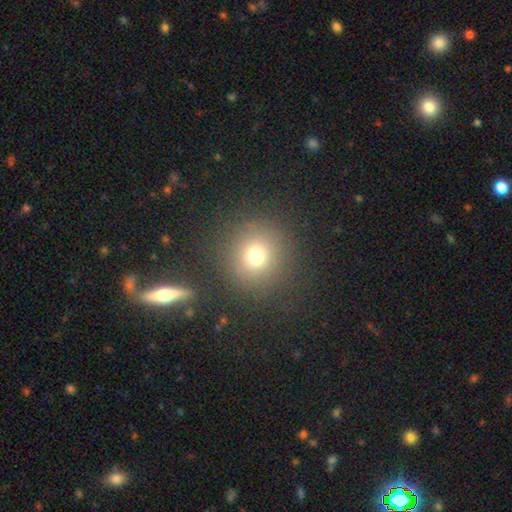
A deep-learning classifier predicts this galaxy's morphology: The model was most divided on "smooth or featured": smooth: 72%, star or artifact: 18%, featured or disk: 10%. More confident: how rounded — round (94%); merging — none (86%).